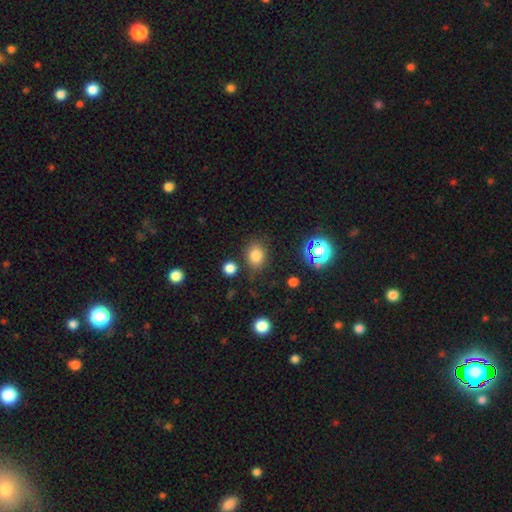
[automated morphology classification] Q: Smooth or featured?
A: smooth (79%); runner-up: star or artifact (15%)
Q: How rounded?
A: round (51%); runner-up: in between (48%)
Q: Merging?
A: none (75%); runner-up: minor disturbance (15%)